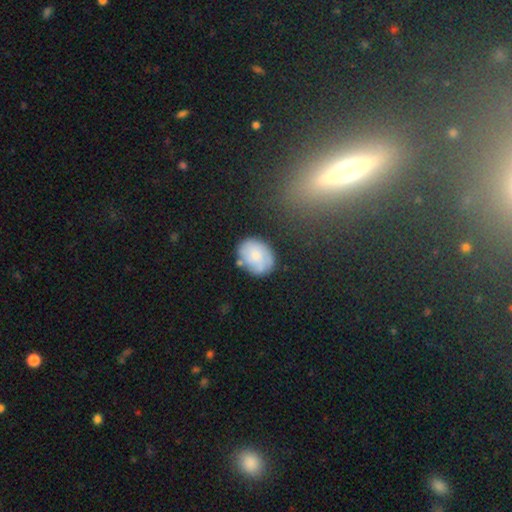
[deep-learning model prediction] smooth_or_featured: smooth (p=0.61) [alt: featured or disk p=0.31]
how_rounded: in between (p=0.66) [alt: round p=0.33]
merging: none (p=0.65) [alt: minor disturbance p=0.21]